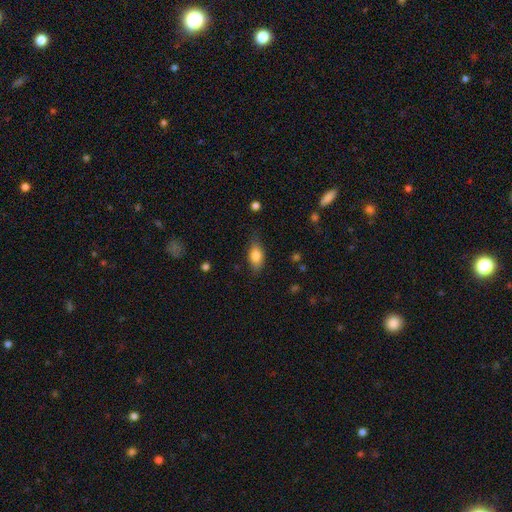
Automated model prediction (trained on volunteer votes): smooth 79%, featured or disk 14%, star or artifact 7%. Down the decision tree: how rounded — in between (85%); merging — none (75%).